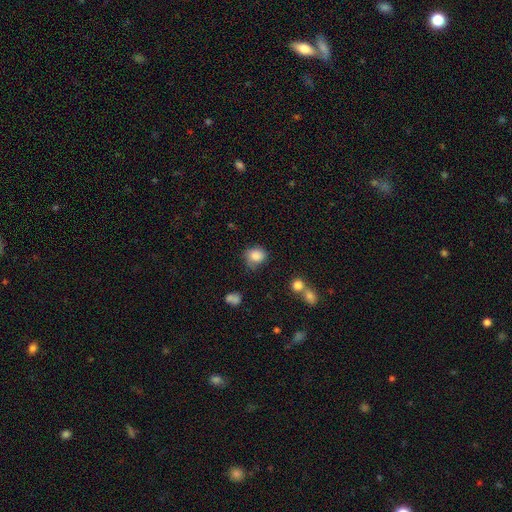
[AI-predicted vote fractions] The model was most divided on "merging": none: 61%, minor disturbance: 27%, major disturbance: 8%, merger: 4%. More confident: smooth or featured — smooth (84%); how rounded — round (70%).